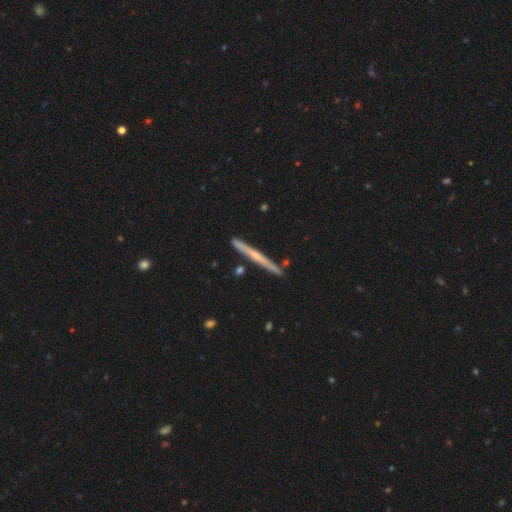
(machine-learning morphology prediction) Smooth or featured: featured or disk — 62% (smooth — 32%)
Edge-on disk: yes — 97% (no — 3%)
Edge-on bulge: rounded — 50% (none — 45%)
Merging: none — 87% (minor disturbance — 9%)